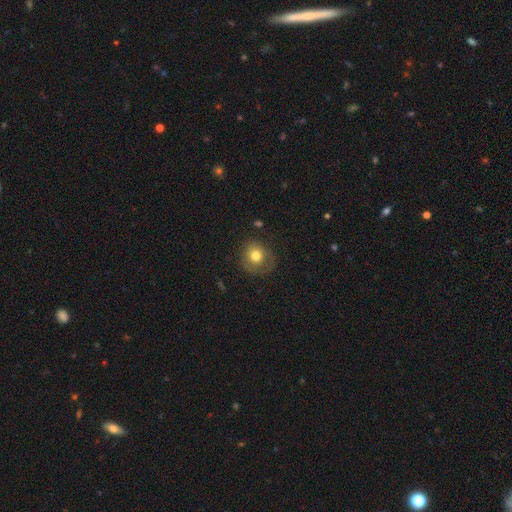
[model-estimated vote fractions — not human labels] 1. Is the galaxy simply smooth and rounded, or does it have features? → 74% smooth, 17% featured or disk, 10% star or artifact.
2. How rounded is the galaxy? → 84% round, 16% in between, 1% cigar-shaped.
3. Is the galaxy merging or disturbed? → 66% none, 21% minor disturbance, 11% major disturbance, 2% merger.